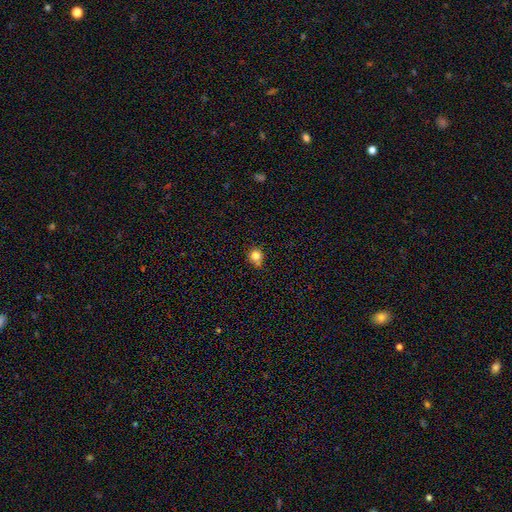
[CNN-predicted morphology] Smooth or featured?
  - smooth: 81% *
  - star or artifact: 13%
  - featured or disk: 6%
How rounded?
  - round: 86% *
  - in between: 13%
  - cigar-shaped: 1%
Merging?
  - none: 76% *
  - minor disturbance: 15%
  - merger: 6%
  - major disturbance: 3%